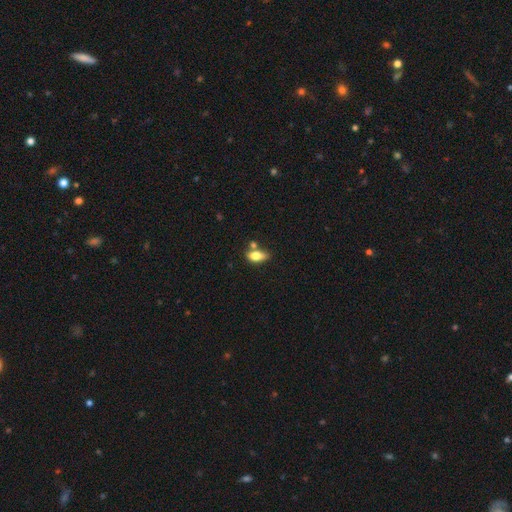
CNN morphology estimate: Smooth or featured?
  - smooth: 74% *
  - featured or disk: 18%
  - star or artifact: 8%
How rounded?
  - in between: 83% *
  - cigar-shaped: 10%
  - round: 7%
Merging?
  - none: 51% *
  - merger: 23%
  - minor disturbance: 19%
  - major disturbance: 6%